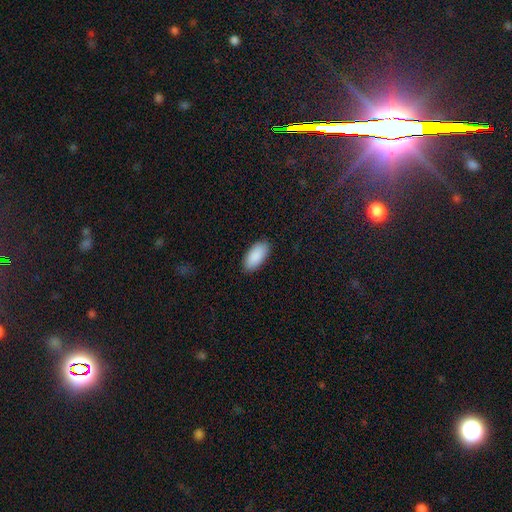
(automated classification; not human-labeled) Smooth or featured? Predicted: smooth (p=0.91). How rounded? Predicted: in between (p=0.94). Merging? Predicted: none (p=0.88).